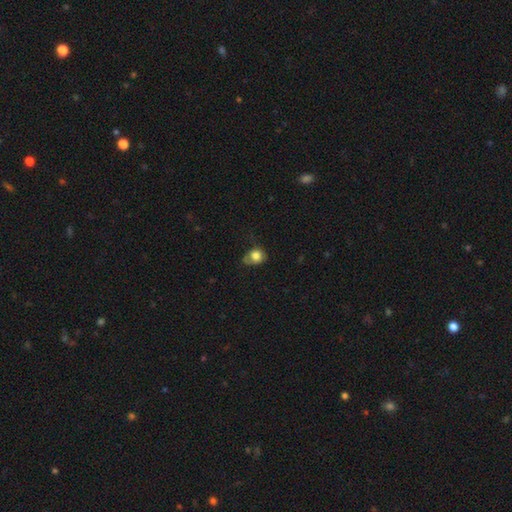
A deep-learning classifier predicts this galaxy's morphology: This appears to be a smooth galaxy with no disk features (78%) that is round (59%). Merging: none (40%).